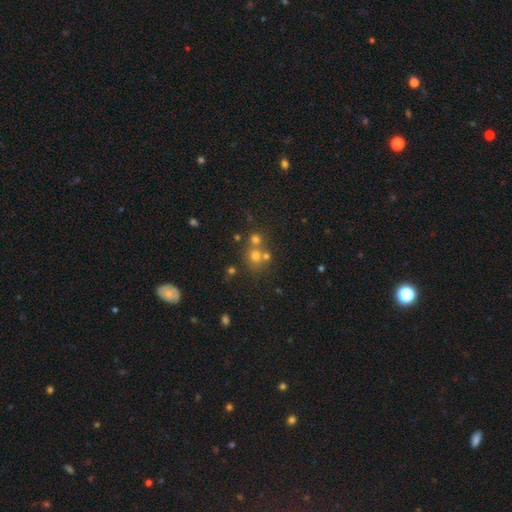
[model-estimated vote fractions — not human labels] Morphology: type=smooth (58%); roundness=round (85%); merging=none (52%).